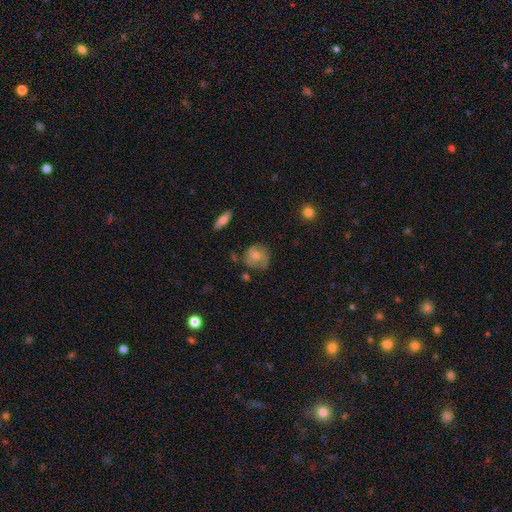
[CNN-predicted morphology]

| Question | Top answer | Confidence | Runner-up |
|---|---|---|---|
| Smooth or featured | smooth | 60% | featured or disk (32%) |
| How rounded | round | 71% | in between (28%) |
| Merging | none | 58% | minor disturbance (27%) |